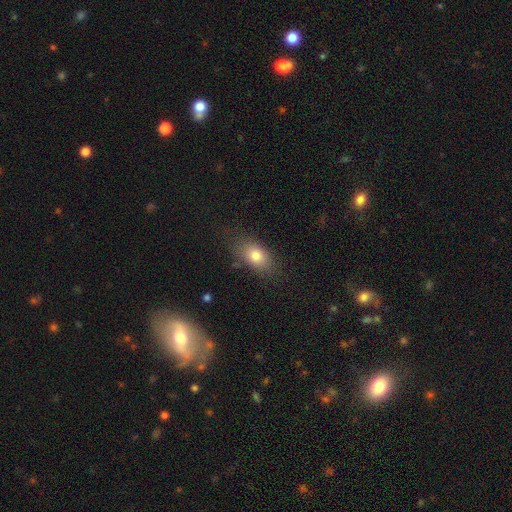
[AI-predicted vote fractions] Smooth or featured? Predicted: smooth (p=0.79). How rounded? Predicted: in between (p=0.83). Merging? Predicted: none (p=0.76).